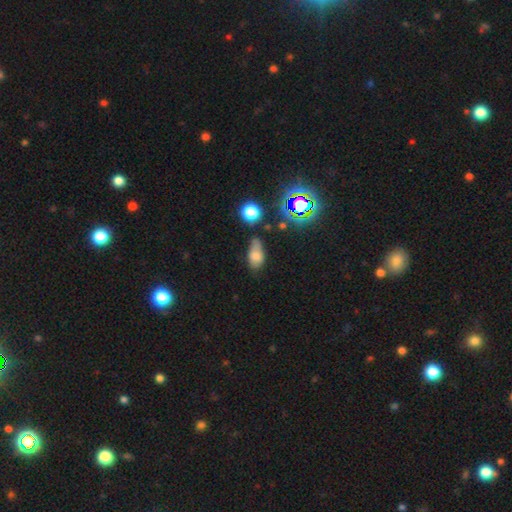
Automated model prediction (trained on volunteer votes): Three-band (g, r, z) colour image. It shows a smooth galaxy with no disk features (70%) that is in between round and cigar-shaped (87%). Merging: none (40%).